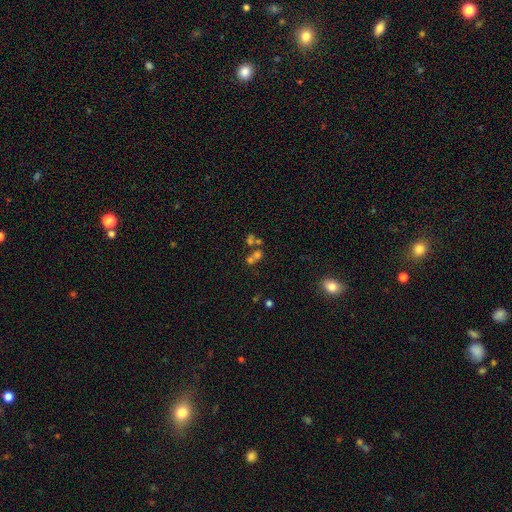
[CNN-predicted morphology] The model was most divided on "merging": none: 44%, merger: 42%, minor disturbance: 8%, major disturbance: 6%. Remaining: smooth or featured — smooth (45%).